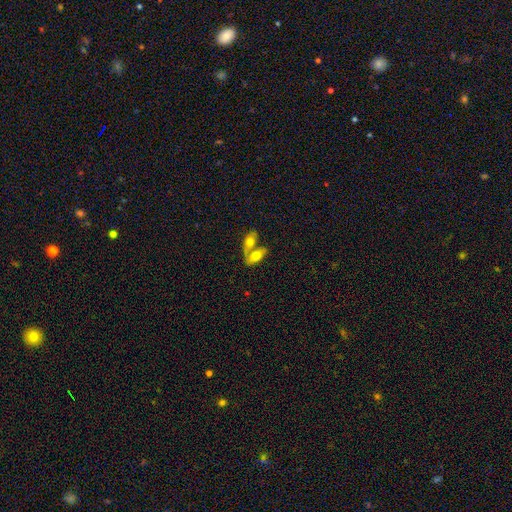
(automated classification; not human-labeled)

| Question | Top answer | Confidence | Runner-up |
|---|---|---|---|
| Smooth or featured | smooth | 63% | featured or disk (30%) |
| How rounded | in between | 83% | cigar-shaped (12%) |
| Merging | merger | 63% | none (26%) |